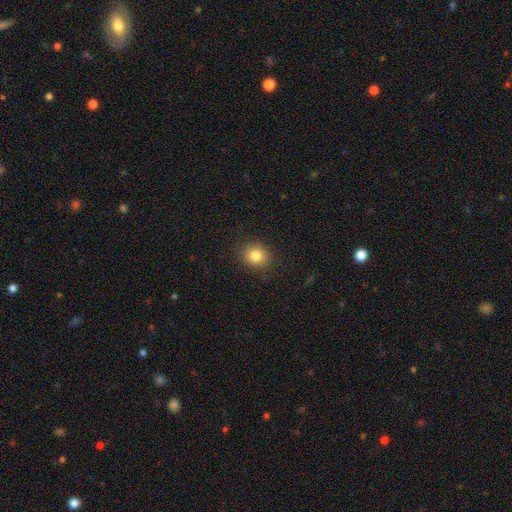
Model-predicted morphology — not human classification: type=smooth (82%); roundness=round (77%); merging=none (88%).